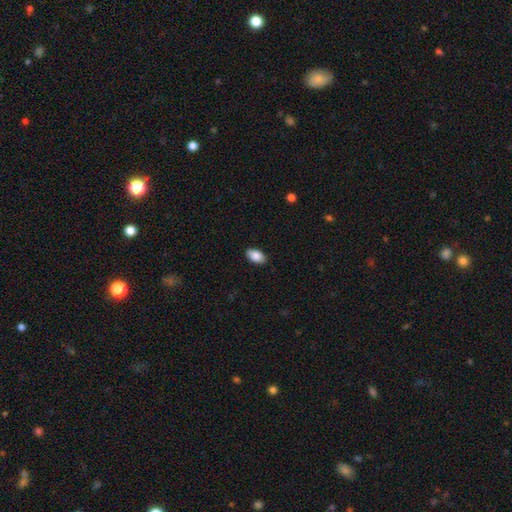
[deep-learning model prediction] A smooth galaxy with no disk features (88%) that is in between round and cigar-shaped (94%). Merging: none (88%).